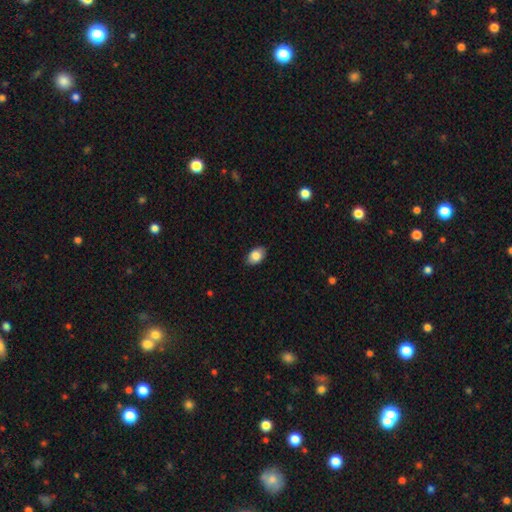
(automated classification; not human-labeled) Q: Smooth or featured?
A: smooth (85%); runner-up: featured or disk (8%)
Q: How rounded?
A: in between (87%); runner-up: round (12%)
Q: Merging?
A: none (87%); runner-up: minor disturbance (10%)